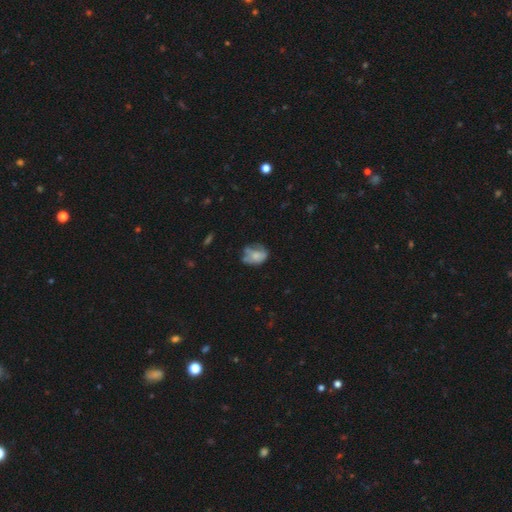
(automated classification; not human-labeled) Smooth or featured: smooth — 61% (featured or disk — 29%)
How rounded: in between — 67% (round — 32%)
Merging: none — 41% (minor disturbance — 33%)